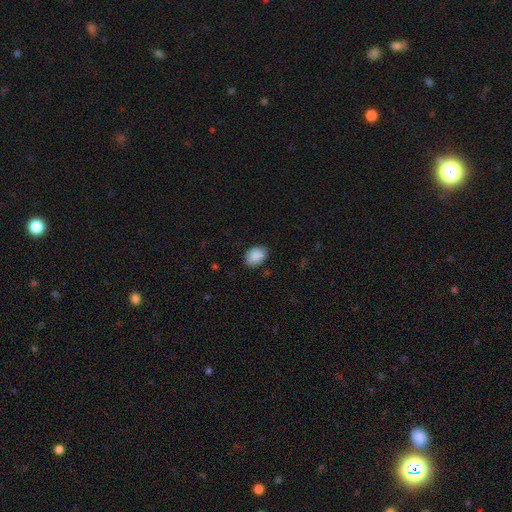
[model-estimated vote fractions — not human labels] Q: Smooth or featured?
A: smooth (90%); runner-up: star or artifact (7%)
Q: How rounded?
A: in between (72%); runner-up: round (27%)
Q: Merging?
A: none (84%); runner-up: minor disturbance (13%)